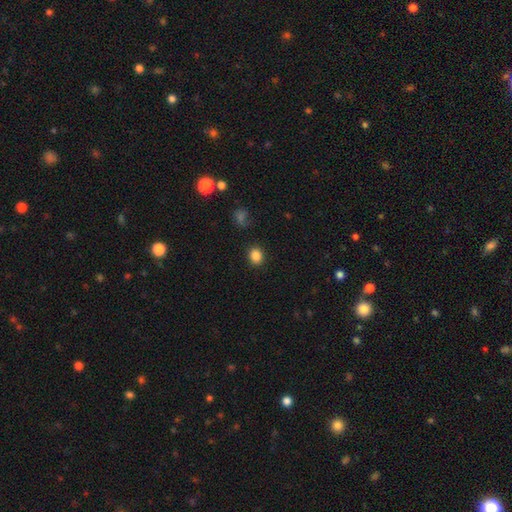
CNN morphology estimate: This appears to be a smooth galaxy with no disk features (85%) that is round (68%). Merging: none (89%).